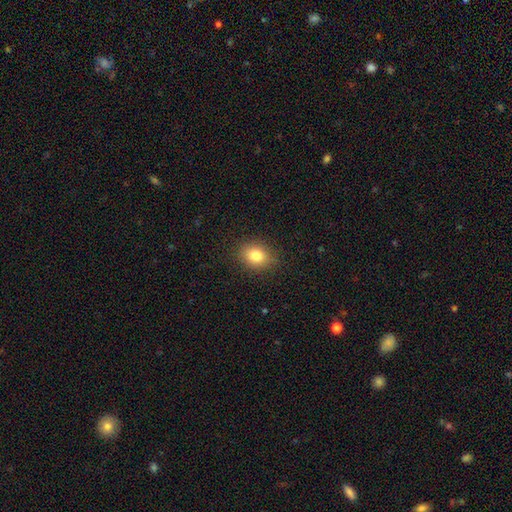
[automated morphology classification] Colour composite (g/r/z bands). It shows a smooth galaxy with no disk features (82%) that is round (50%). Merging: none (87%).